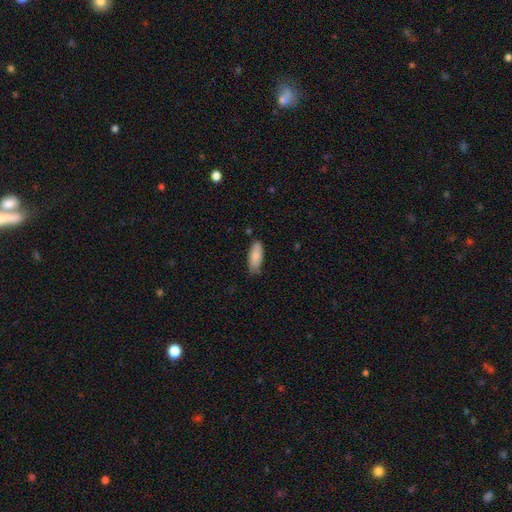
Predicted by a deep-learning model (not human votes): Smooth or featured? Predicted: smooth (p=0.85). How rounded? Predicted: in between (p=0.78). Merging? Predicted: none (p=0.75).